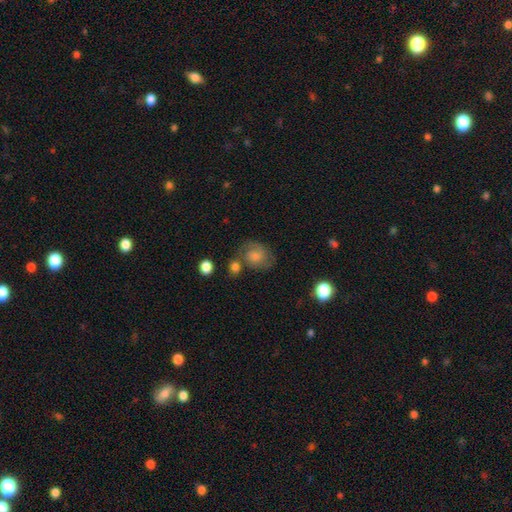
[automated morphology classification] Smooth or featured: featured or disk — 50% (smooth — 40%)
Edge-on disk: no — 97% (yes — 3%)
Merging: none — 59% (minor disturbance — 19%)